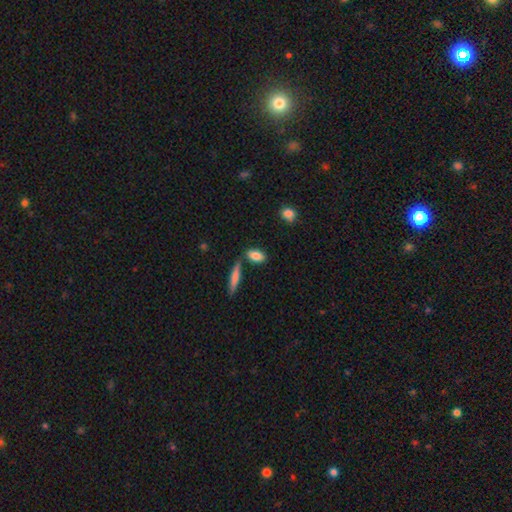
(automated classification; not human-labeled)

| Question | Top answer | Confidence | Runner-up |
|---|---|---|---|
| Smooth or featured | smooth | 83% | featured or disk (10%) |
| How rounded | in between | 81% | cigar-shaped (15%) |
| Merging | none | 73% | minor disturbance (13%) |